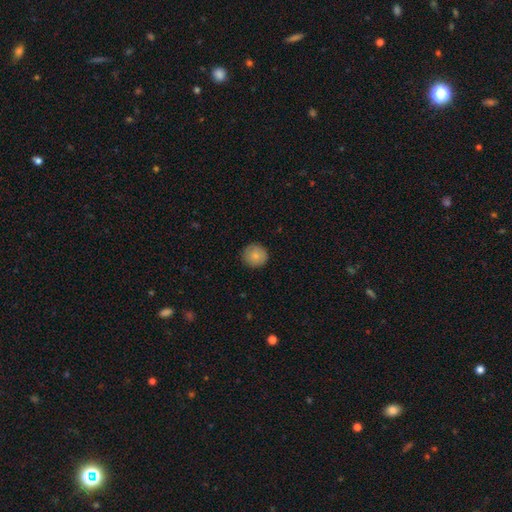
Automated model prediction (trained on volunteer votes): A smooth galaxy with no disk features (83%) that is round (93%). Merging: none (88%).